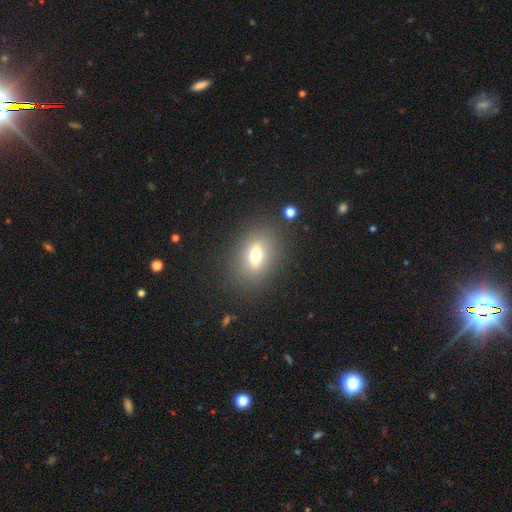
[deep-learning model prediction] The model was most divided on "smooth or featured": smooth: 64%, featured or disk: 24%, star or artifact: 13%. More confident: merging — none (83%); how rounded — in between (69%).